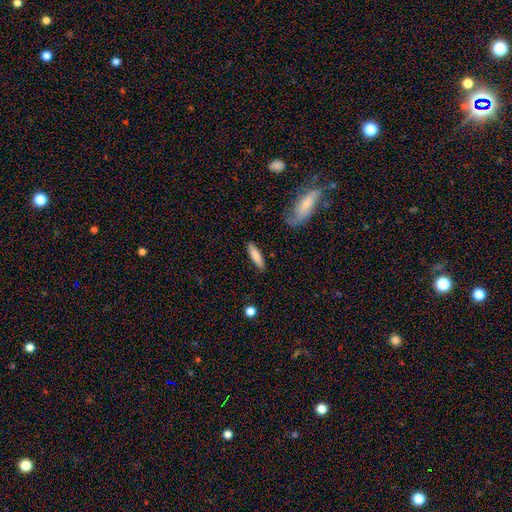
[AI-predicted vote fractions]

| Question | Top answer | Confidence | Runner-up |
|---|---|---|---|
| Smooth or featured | smooth | 81% | featured or disk (14%) |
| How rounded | cigar-shaped | 73% | in between (25%) |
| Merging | none | 84% | minor disturbance (11%) |